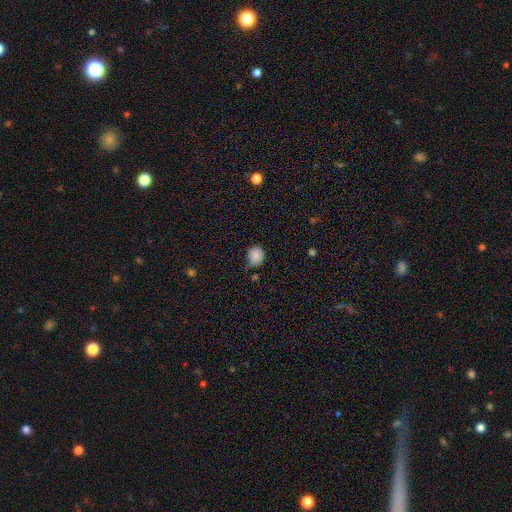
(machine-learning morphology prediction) Smooth or featured? Predicted: smooth (p=0.86). How rounded? Predicted: round (p=0.76). Merging? Predicted: none (p=0.57).